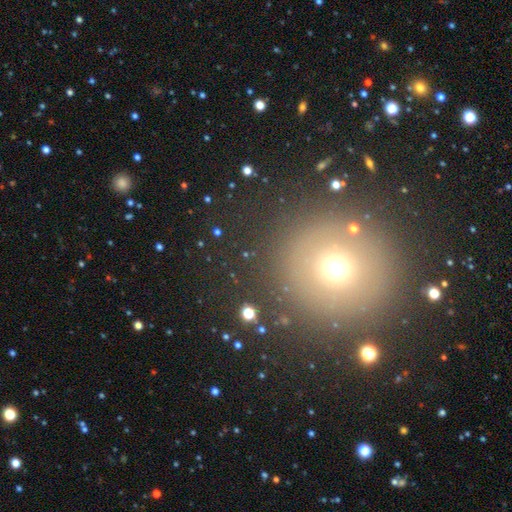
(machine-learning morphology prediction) This appears to be a smooth galaxy with no disk features (57%) that is round (93%). Merging: none (86%).